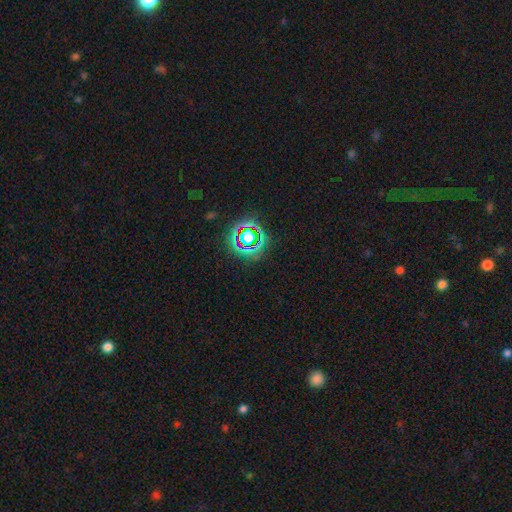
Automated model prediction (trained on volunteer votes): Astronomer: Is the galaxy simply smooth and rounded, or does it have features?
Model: star or artifact — 65%.